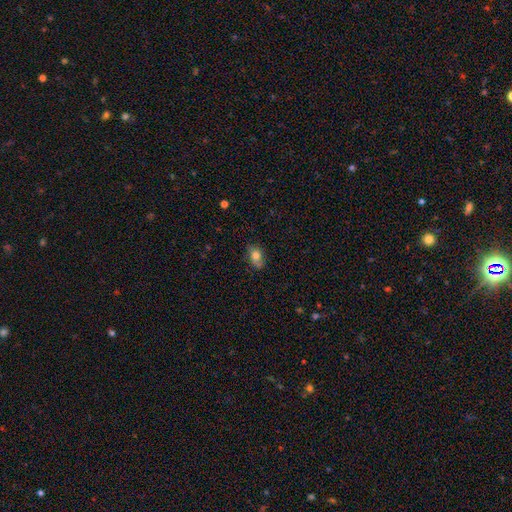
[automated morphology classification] Smooth or featured? smooth (74%)
How rounded? in between (77%)
Merging? none (70%)